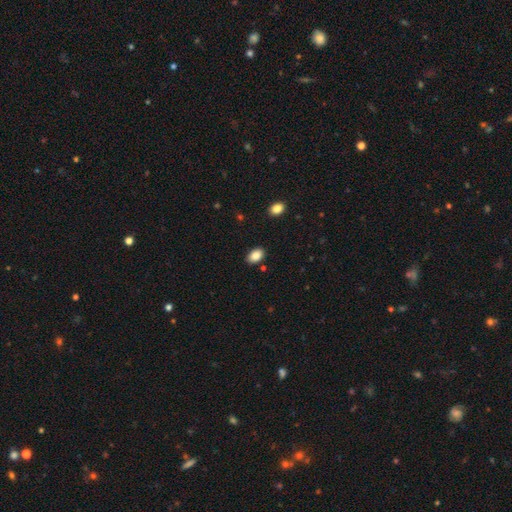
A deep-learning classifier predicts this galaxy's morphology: Smooth or featured?
  - smooth: 87% *
  - star or artifact: 8%
  - featured or disk: 4%
How rounded?
  - in between: 87% *
  - round: 12%
  - cigar-shaped: 1%
Merging?
  - none: 86% *
  - minor disturbance: 10%
  - major disturbance: 2%
  - merger: 2%